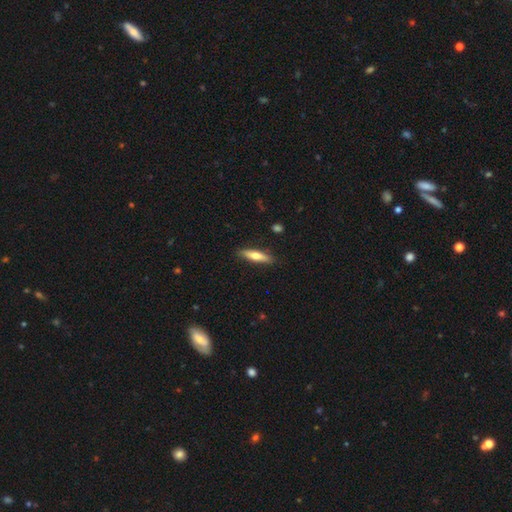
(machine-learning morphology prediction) Smooth or featured? Predicted: smooth (p=0.63). How rounded? Predicted: cigar-shaped (p=0.74). Merging? Predicted: none (p=0.88).